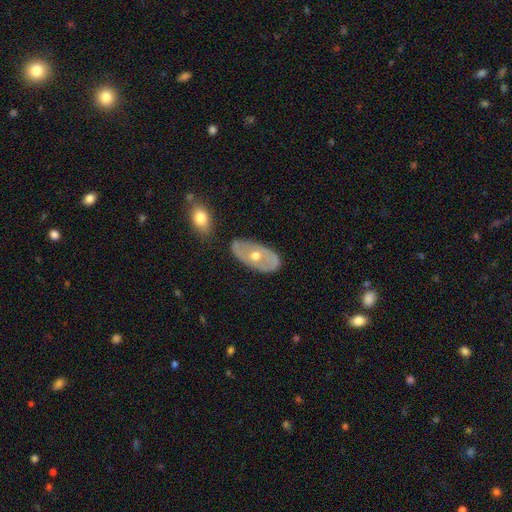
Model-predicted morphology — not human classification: Smooth or featured: featured or disk — 61% (smooth — 33%)
Edge-on disk: no — 87% (yes — 13%)
Bar: no — 88% (weak — 9%)
Spiral arms: no — 76% (yes — 24%)
Bulge size: moderate — 76% (small — 19%)
Merging: none — 75% (minor disturbance — 17%)